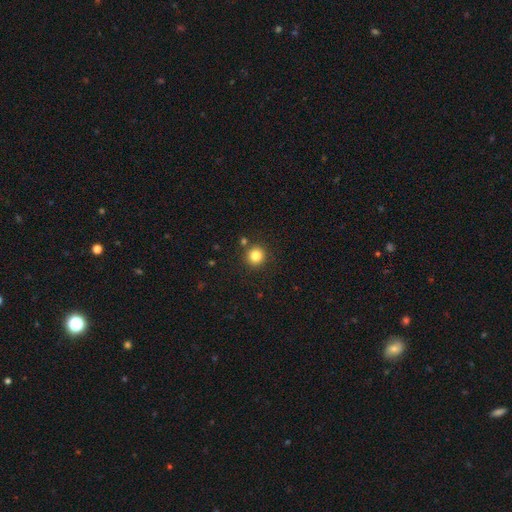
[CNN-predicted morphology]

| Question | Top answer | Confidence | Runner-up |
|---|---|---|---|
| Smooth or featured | smooth | 83% | star or artifact (12%) |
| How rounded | round | 93% | in between (6%) |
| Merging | none | 86% | minor disturbance (7%) |